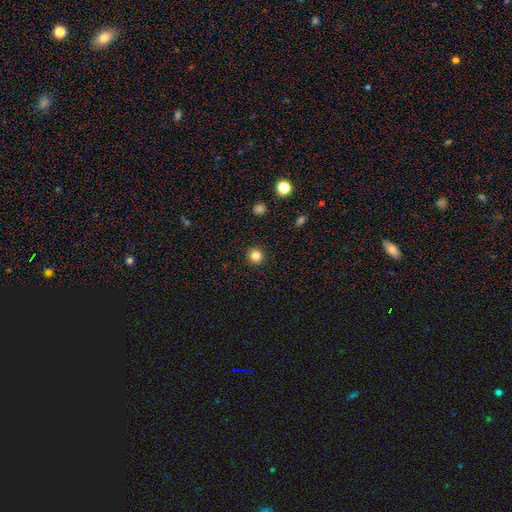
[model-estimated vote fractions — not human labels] smooth_or_featured: smooth (p=0.83) [alt: star or artifact p=0.13]
how_rounded: round (p=0.96) [alt: in between p=0.03]
merging: none (p=0.93) [alt: minor disturbance p=0.04]